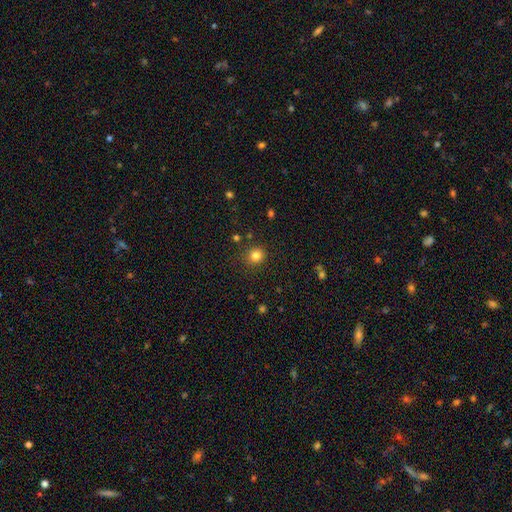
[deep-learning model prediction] A smooth galaxy with no disk features (81%) that is round (89%).

Vote fractions:
- Smooth or featured? smooth: 81% / star or artifact: 14% / featured or disk: 5%
- How rounded? round: 89% / in between: 10% / cigar-shaped: 1%
- Merging? none: 88% / minor disturbance: 7% / major disturbance: 3% / merger: 2%